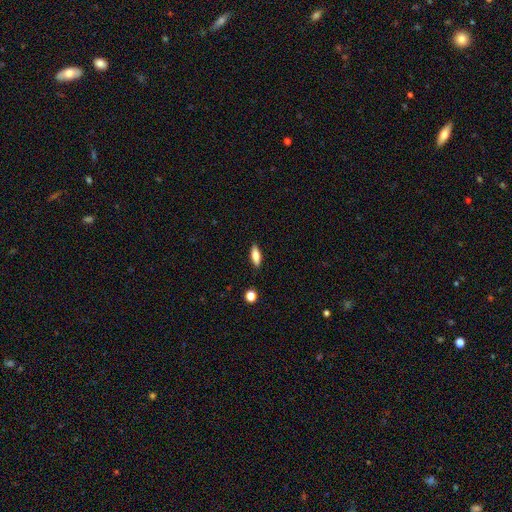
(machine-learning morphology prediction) A smooth galaxy with no disk features (76%) that is in between round and cigar-shaped (66%).

Vote fractions:
- Smooth or featured? smooth: 76% / featured or disk: 16% / star or artifact: 7%
- How rounded? in between: 66% / cigar-shaped: 31% / round: 3%
- Merging? none: 88% / minor disturbance: 8% / major disturbance: 2% / merger: 1%